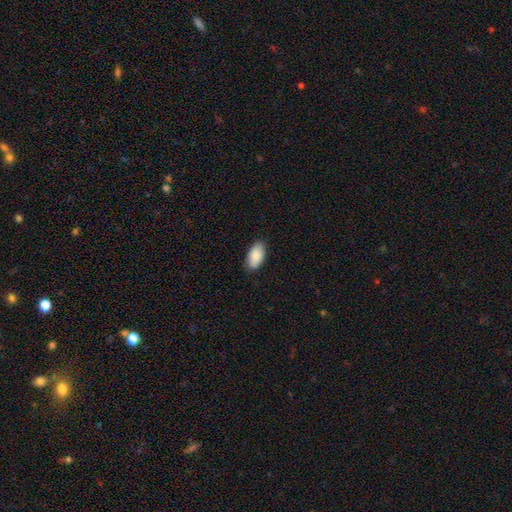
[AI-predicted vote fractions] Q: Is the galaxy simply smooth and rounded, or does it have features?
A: smooth — 90%.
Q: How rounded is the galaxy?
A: in between — 95%.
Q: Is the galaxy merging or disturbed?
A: none — 87%.